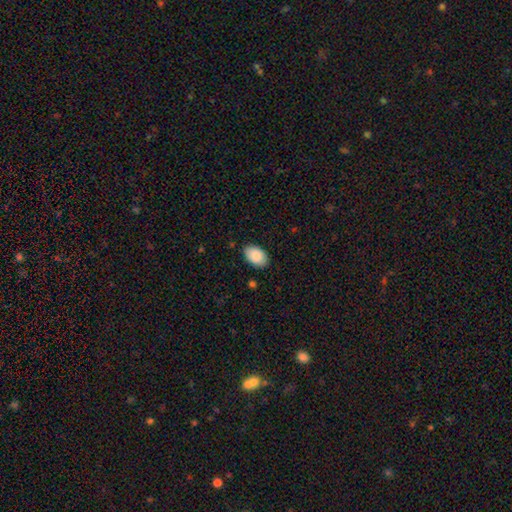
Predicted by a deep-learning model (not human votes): A smooth galaxy with no disk features (88%) that is in between round and cigar-shaped (92%).

Vote fractions:
- Smooth or featured? smooth: 88% / star or artifact: 6% / featured or disk: 6%
- How rounded? in between: 92% / round: 7% / cigar-shaped: 1%
- Merging? none: 86% / minor disturbance: 11% / major disturbance: 2% / merger: 1%